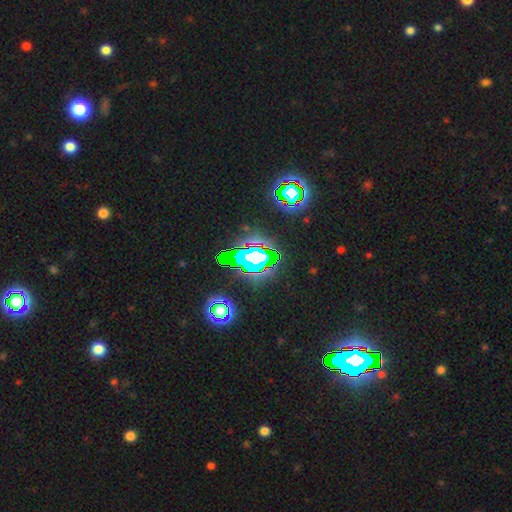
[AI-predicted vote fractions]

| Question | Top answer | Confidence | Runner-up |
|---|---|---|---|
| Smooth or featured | star or artifact | 81% | smooth (11%) |